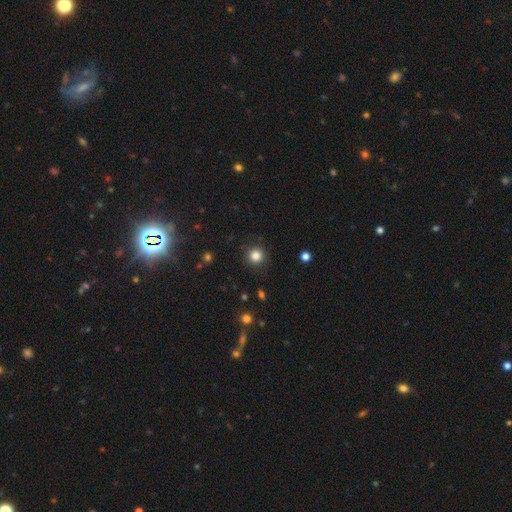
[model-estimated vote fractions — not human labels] Smooth or featured? smooth (83%)
How rounded? round (94%)
Merging? none (89%)